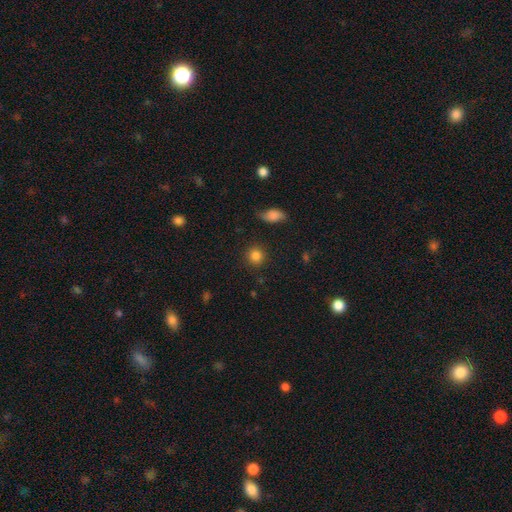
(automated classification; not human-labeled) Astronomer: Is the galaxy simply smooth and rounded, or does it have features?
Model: smooth — 84%.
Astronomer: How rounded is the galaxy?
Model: round — 87%.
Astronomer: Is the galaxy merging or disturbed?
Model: none — 88%.